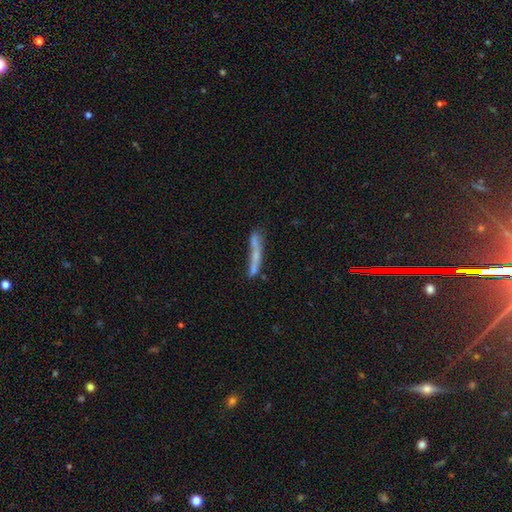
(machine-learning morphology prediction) This appears to be a smooth galaxy with no disk features (53%) that is cigar-shaped (93%). Merging: none (54%).